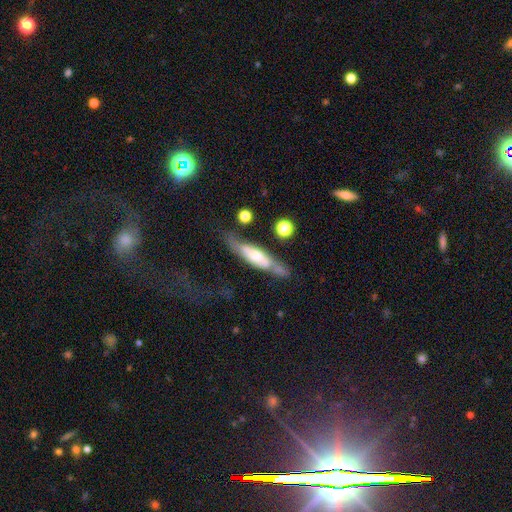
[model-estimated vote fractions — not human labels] This is likely a featured or disk galaxy (61%). It is likely viewed edge-on (61%). Merging: possibly none (47%).